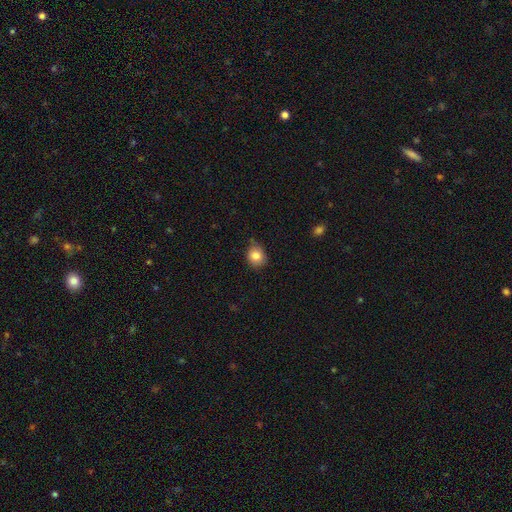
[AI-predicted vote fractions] This is clearly a smooth galaxy (84%). How rounded: likely round (66%). Merging: likely none (73%).